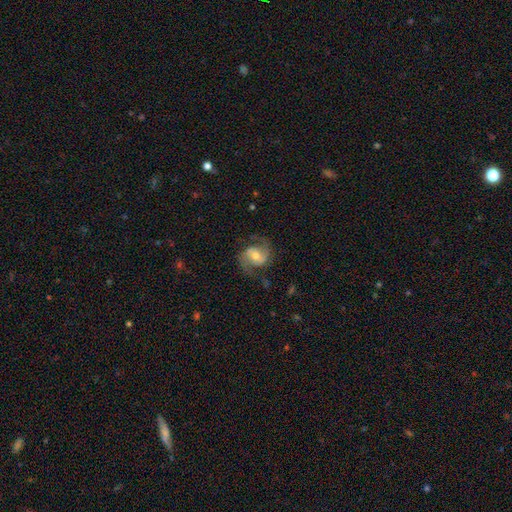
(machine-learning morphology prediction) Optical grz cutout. It shows a featured or disk galaxy (83%) with a weak bar (43%), 2 (92%) medium (53%) spiral arms (96%) and a moderate central bulge (60%). Merging: none (74%).